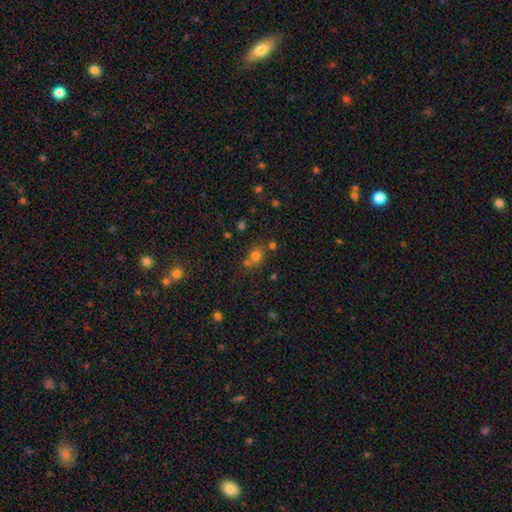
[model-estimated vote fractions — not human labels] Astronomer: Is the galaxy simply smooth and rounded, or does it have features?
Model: smooth — 70%.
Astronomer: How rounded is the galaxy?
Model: round — 74%.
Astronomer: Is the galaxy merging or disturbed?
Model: none — 60%.